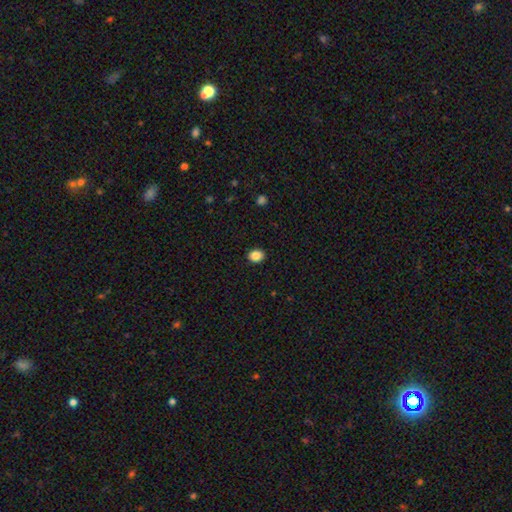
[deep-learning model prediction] A smooth galaxy with no disk features (86%) that is round (51%). Merging: none (91%).